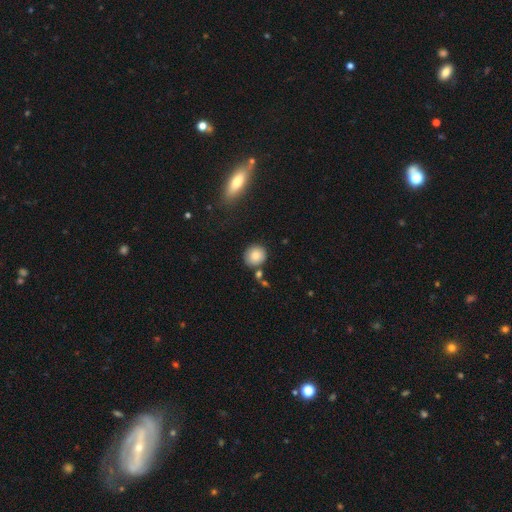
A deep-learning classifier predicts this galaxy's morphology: This is clearly a smooth galaxy (84%). How rounded: clearly round (88%). Merging: likely none (80%).